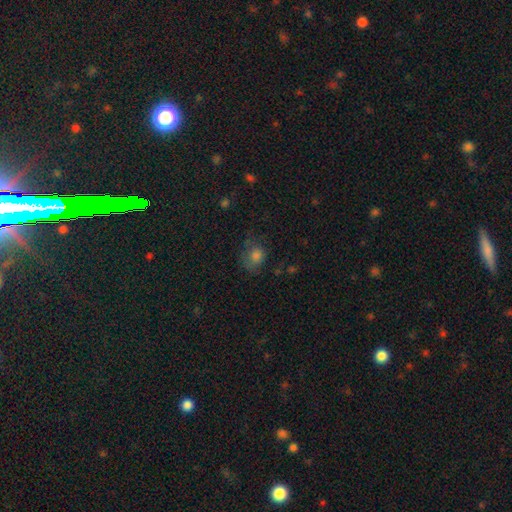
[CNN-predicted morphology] Overall: smooth (74%). How rounded: round (59%; in between 40%). Merging: none (51%; minor disturbance 27%).